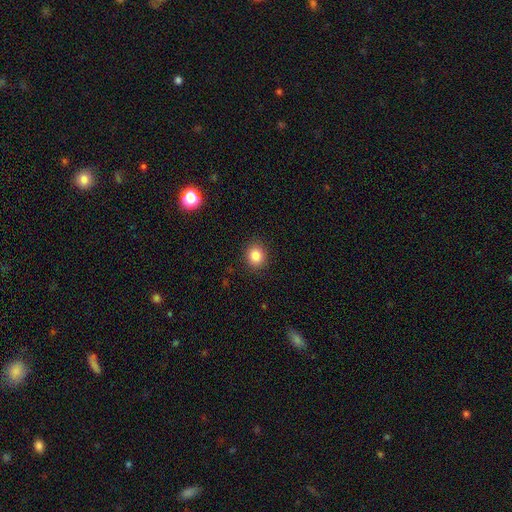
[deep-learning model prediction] This is clearly a smooth galaxy (84%). How rounded: likely round (79%). Merging: clearly none (90%).